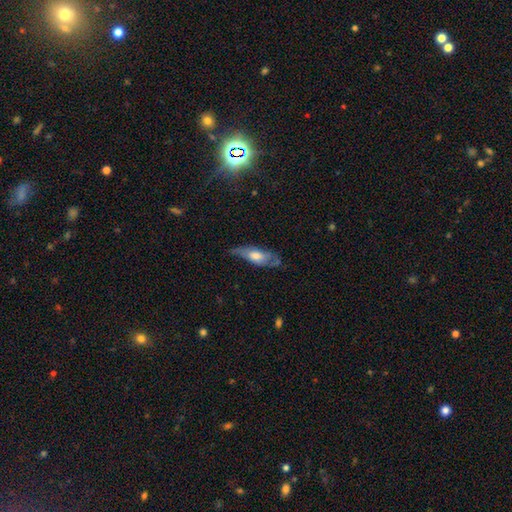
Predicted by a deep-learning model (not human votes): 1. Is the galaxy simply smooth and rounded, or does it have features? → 51% featured or disk, 41% smooth, 7% star or artifact.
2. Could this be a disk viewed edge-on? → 59% no, 41% yes.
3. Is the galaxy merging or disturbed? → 55% none, 31% minor disturbance, 12% major disturbance, 2% merger.